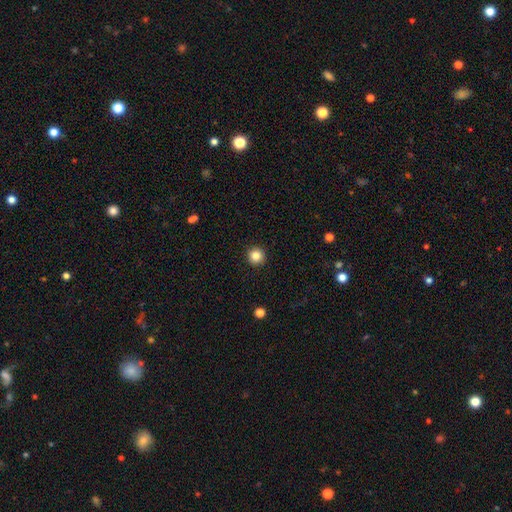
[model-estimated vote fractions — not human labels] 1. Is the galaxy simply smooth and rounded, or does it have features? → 85% smooth, 11% star or artifact, 4% featured or disk.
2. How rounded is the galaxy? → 96% round, 3% in between, 1% cigar-shaped.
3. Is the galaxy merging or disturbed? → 93% none, 4% minor disturbance, 2% major disturbance, 1% merger.